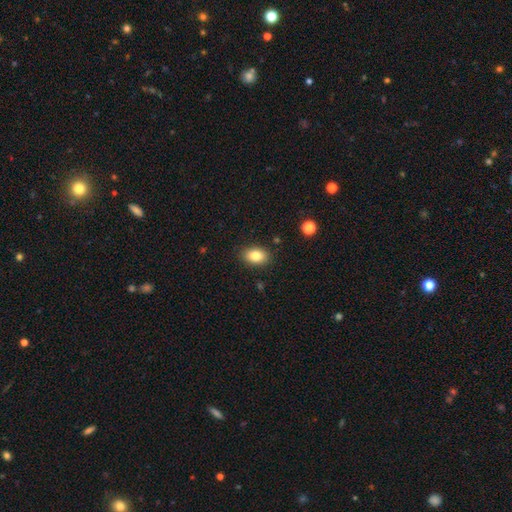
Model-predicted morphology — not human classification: smooth-or-featured: smooth: 84% | star or artifact: 9% | featured or disk: 8%
  how-rounded: in between: 81% | round: 18% | cigar-shaped: 1%
  merging: none: 87% | minor disturbance: 9% | major disturbance: 2% | merger: 1%